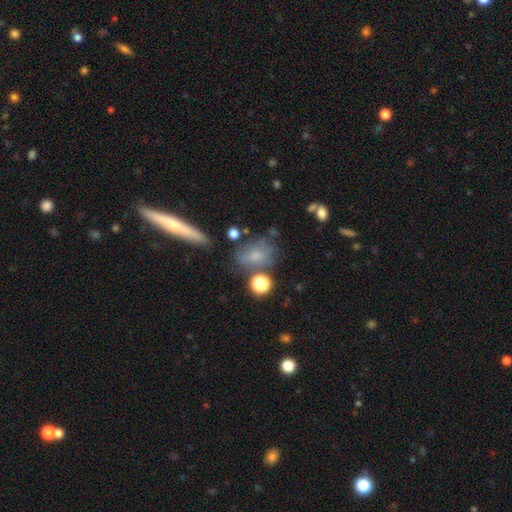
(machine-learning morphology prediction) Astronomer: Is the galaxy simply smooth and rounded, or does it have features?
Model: smooth — 61%.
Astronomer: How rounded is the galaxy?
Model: in between — 64%.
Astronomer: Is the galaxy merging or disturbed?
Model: none — 54%.